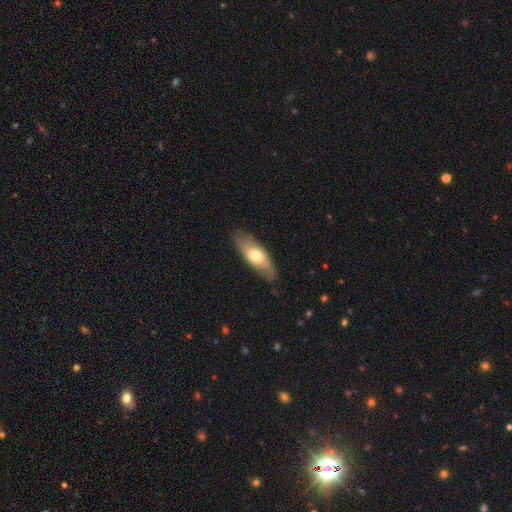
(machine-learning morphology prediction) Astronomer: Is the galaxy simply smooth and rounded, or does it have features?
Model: smooth — 57% (runner-up: featured or disk, 38%).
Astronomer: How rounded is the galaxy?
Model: in between — 67%.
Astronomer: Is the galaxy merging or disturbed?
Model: none — 82%.